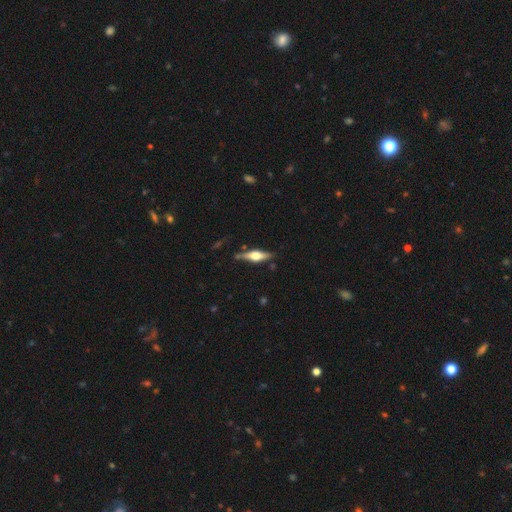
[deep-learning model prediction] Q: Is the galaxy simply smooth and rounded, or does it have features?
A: featured or disk — 66%.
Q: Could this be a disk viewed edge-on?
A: yes — 95%.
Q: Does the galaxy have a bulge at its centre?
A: rounded — 92%.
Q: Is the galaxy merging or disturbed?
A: none — 81%.